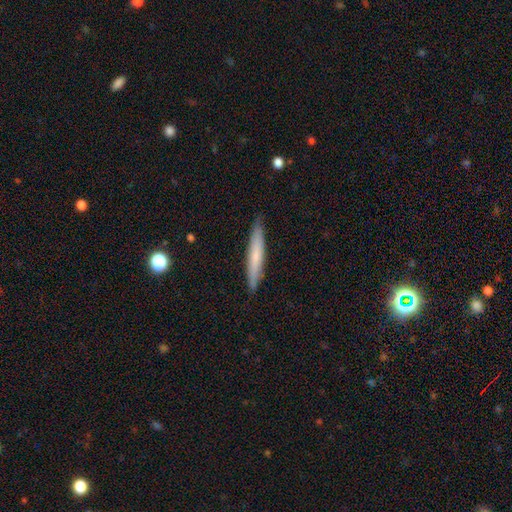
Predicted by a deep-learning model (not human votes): The model was most divided on "smooth or featured": smooth: 66%, featured or disk: 28%, star or artifact: 6%. More confident: how rounded — cigar-shaped (94%); merging — none (89%).